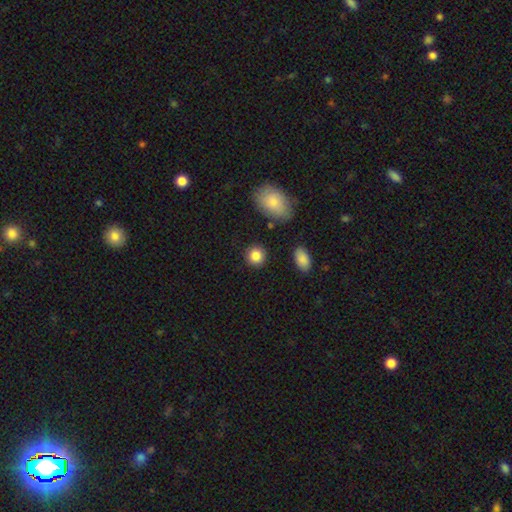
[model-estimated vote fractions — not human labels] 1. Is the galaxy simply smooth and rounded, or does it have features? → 86% smooth, 9% star or artifact, 5% featured or disk.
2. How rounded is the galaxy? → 88% round, 11% in between, 1% cigar-shaped.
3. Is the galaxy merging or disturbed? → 88% none, 7% minor disturbance, 2% major disturbance, 2% merger.